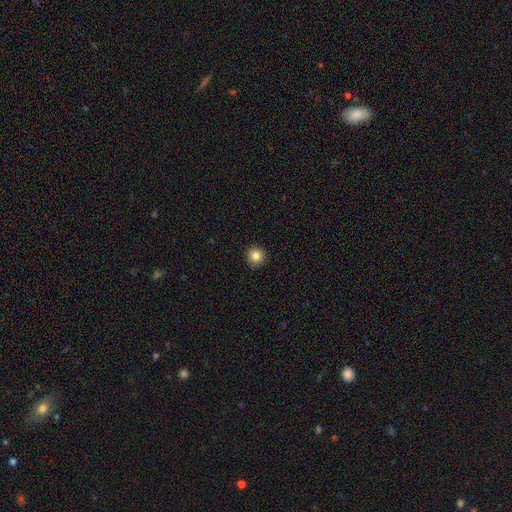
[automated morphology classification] This appears to be a smooth galaxy with no disk features (85%) that is round (95%). Merging: none (92%).